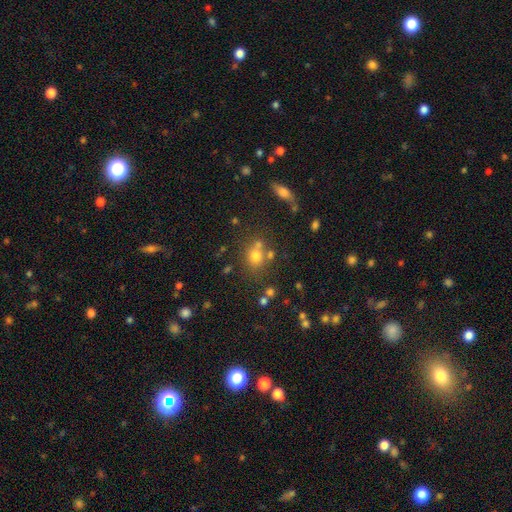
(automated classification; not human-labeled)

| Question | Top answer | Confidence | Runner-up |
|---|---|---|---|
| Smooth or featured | smooth | 70% | star or artifact (18%) |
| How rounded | round | 73% | in between (26%) |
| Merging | none | 60% | merger (22%) |